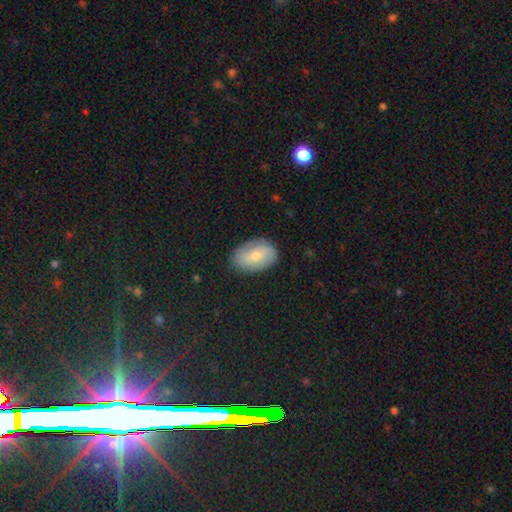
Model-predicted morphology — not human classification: Q: Smooth or featured?
A: smooth (65%); runner-up: featured or disk (27%)
Q: How rounded?
A: in between (88%); runner-up: round (11%)
Q: Merging?
A: none (81%); runner-up: minor disturbance (15%)